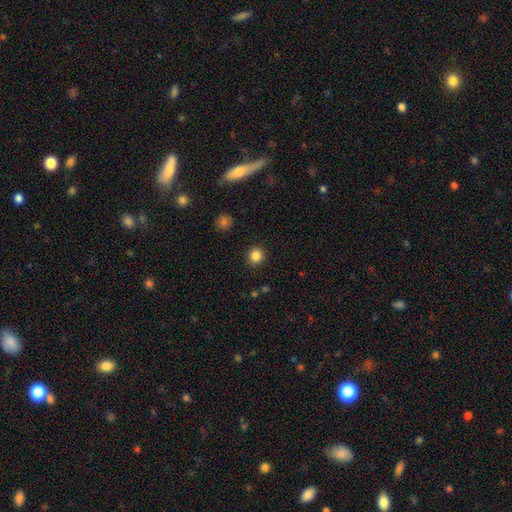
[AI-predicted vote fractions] smooth_or_featured: smooth (p=0.85) [alt: star or artifact p=0.11]
how_rounded: round (p=0.90) [alt: in between p=0.09]
merging: none (p=0.91) [alt: minor disturbance p=0.06]